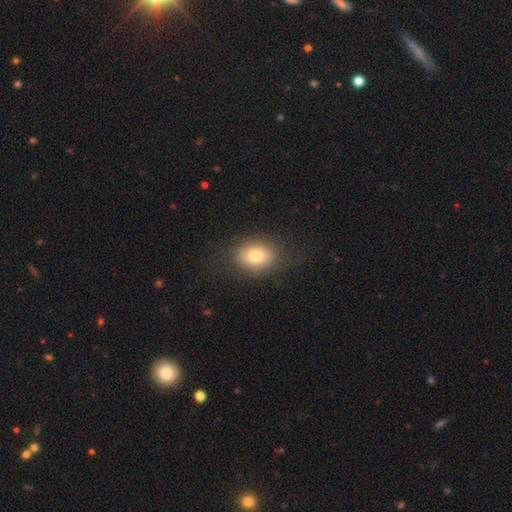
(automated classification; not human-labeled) Smooth or featured? smooth (77%)
How rounded? in between (73%)
Merging? none (79%)